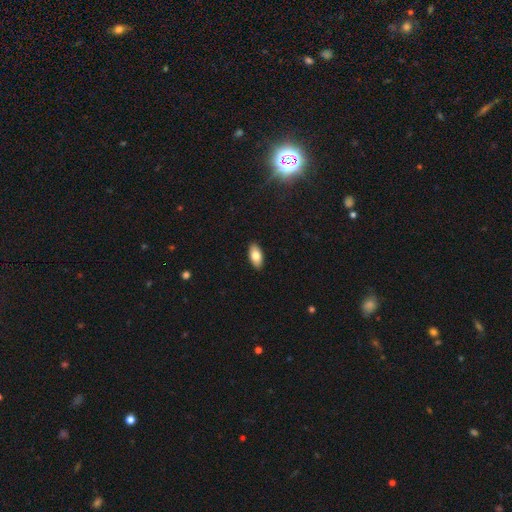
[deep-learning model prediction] A smooth galaxy with no disk features (79%) that is in between round and cigar-shaped (93%).

Vote fractions:
- Smooth or featured? smooth: 79% / featured or disk: 14% / star or artifact: 7%
- How rounded? in between: 93% / cigar-shaped: 5% / round: 3%
- Merging? none: 90% / minor disturbance: 7% / major disturbance: 2% / merger: 1%